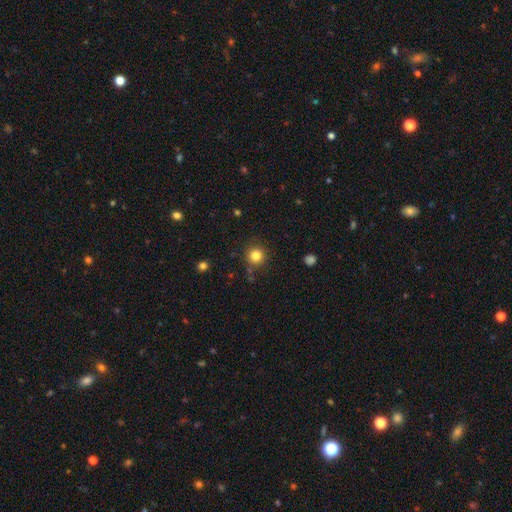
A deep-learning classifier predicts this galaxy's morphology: smooth 82%, star or artifact 12%, featured or disk 5%. Down the decision tree: how rounded — round (94%); merging — none (86%).